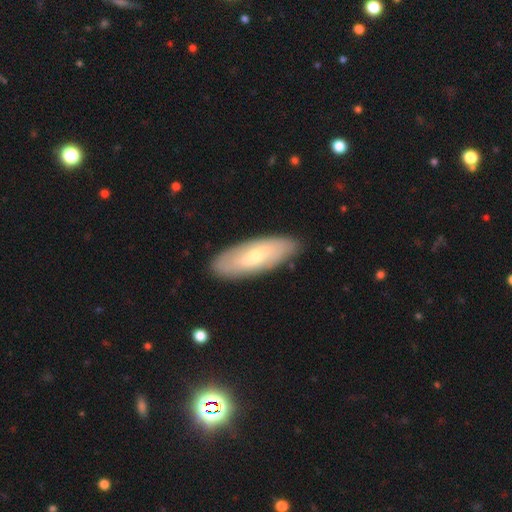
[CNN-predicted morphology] smooth 48%, featured or disk 46%, star or artifact 6%. Down the decision tree: merging — none (86%).